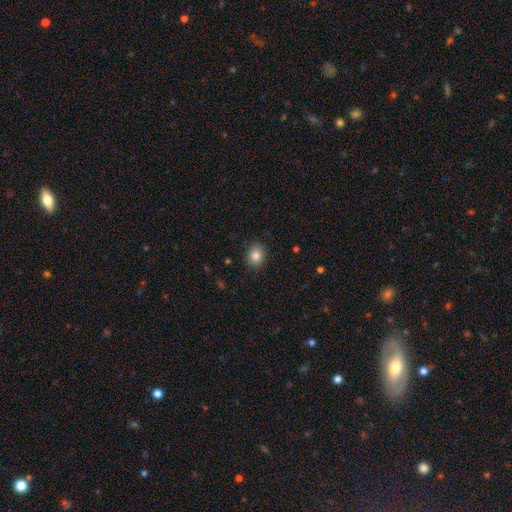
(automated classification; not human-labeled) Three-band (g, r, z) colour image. It shows a smooth galaxy with no disk features (84%) that is round (65%). Merging: none (87%).